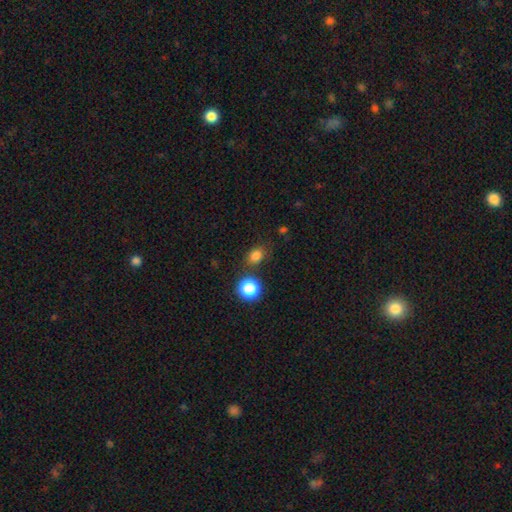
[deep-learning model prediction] smooth_or_featured: smooth (p=0.80) [alt: star or artifact p=0.15]
how_rounded: round (p=0.51) [alt: in between p=0.48]
merging: none (p=0.75) [alt: minor disturbance p=0.12]